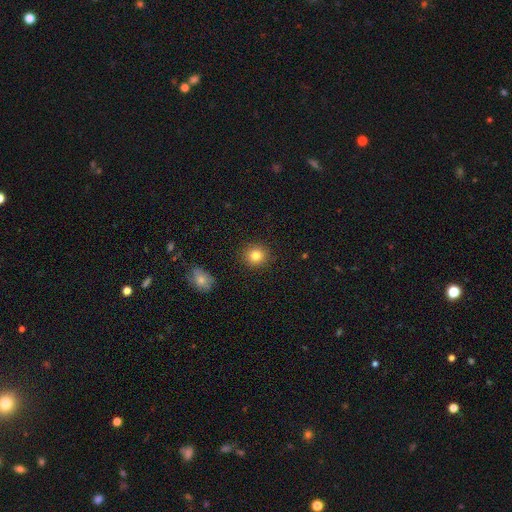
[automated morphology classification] This appears to be a smooth galaxy with no disk features (82%) that is round (88%). Merging: none (90%).